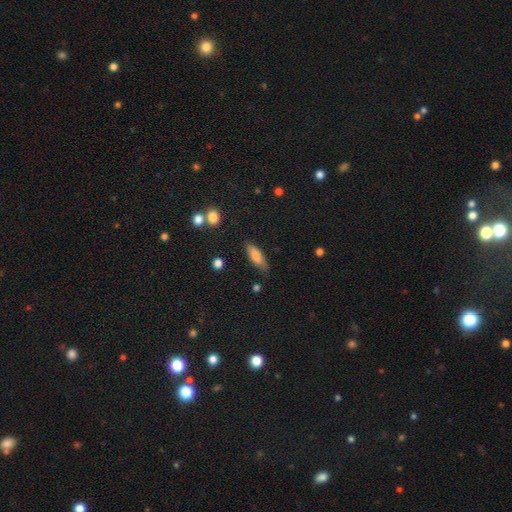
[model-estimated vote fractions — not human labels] Smooth or featured: smooth — 79% (featured or disk — 14%)
How rounded: in between — 55% (cigar-shaped — 43%)
Merging: none — 77% (minor disturbance — 17%)